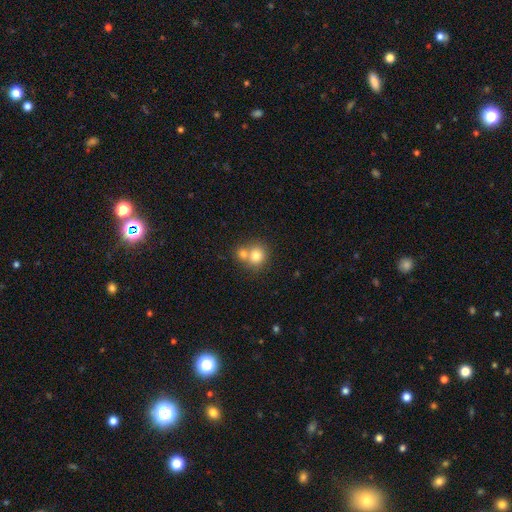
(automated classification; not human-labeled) A smooth galaxy with no disk features (76%) that is round (84%).

Vote fractions:
- Smooth or featured? smooth: 76% / featured or disk: 13% / star or artifact: 11%
- How rounded? round: 84% / in between: 15% / cigar-shaped: 1%
- Merging? merger: 50% / none: 41% / minor disturbance: 7% / major disturbance: 2%